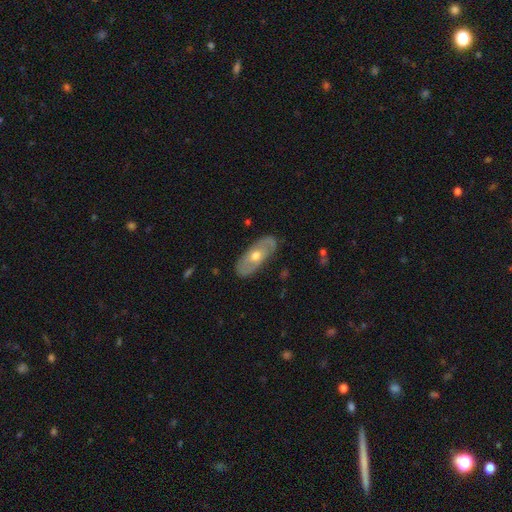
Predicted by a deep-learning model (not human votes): Smooth or featured: featured or disk — 60% (smooth — 35%)
Edge-on disk: no — 82% (yes — 18%)
Merging: none — 83% (minor disturbance — 13%)